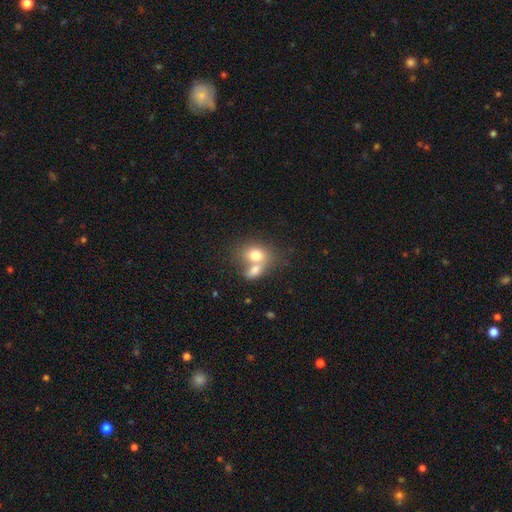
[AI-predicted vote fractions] smooth-or-featured: smooth: 74% | featured or disk: 17% | star or artifact: 9%
  how-rounded: in between: 61% | round: 38% | cigar-shaped: 1%
  merging: merger: 62% | none: 26% | minor disturbance: 8% | major disturbance: 4%